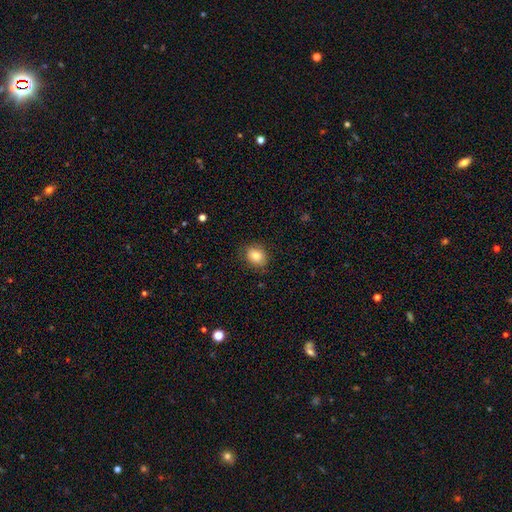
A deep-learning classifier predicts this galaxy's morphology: Smooth or featured?
  - smooth: 85% *
  - star or artifact: 9%
  - featured or disk: 6%
How rounded?
  - round: 53% *
  - in between: 46%
  - cigar-shaped: 1%
Merging?
  - none: 82% *
  - minor disturbance: 13%
  - major disturbance: 3%
  - merger: 1%